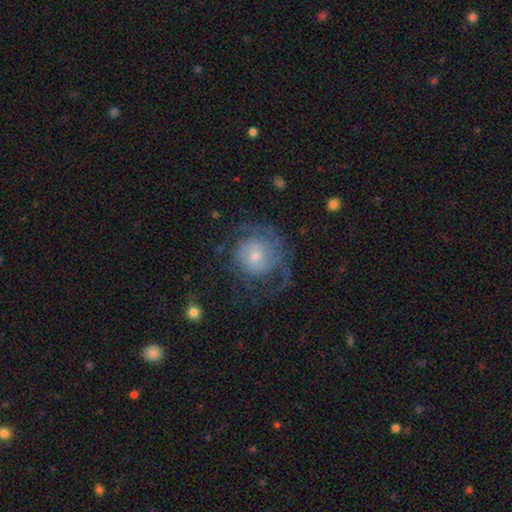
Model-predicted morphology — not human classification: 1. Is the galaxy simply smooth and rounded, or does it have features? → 68% featured or disk, 25% smooth, 8% star or artifact.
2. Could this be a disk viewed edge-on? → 98% no, 2% yes.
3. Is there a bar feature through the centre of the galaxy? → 71% no, 25% weak, 4% strong.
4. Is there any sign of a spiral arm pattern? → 86% yes, 14% no.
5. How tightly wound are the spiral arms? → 44% tight, 37% medium, 19% loose.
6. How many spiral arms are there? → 36% can't tell, 32% 2, 13% 3, 10% 1, 5% 4, 4% more than 4.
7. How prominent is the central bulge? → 63% small, 30% moderate, 3% large, 2% none, 1% dominant.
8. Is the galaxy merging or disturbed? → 55% none, 25% major disturbance, 18% minor disturbance, 2% merger.